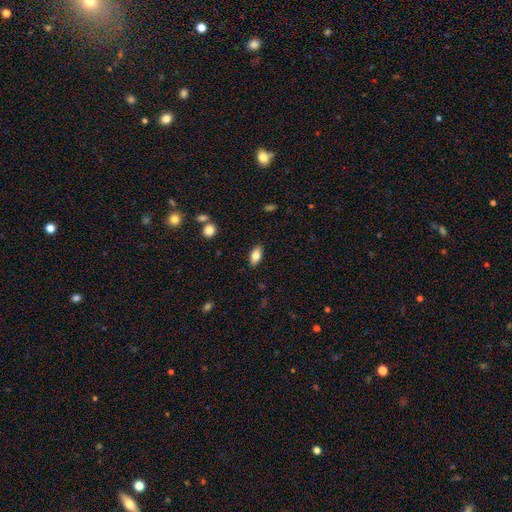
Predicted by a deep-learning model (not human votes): The model was most divided on "smooth or featured": smooth: 81%, featured or disk: 12%, star or artifact: 8%. More confident: how rounded — in between (89%); merging — none (87%).